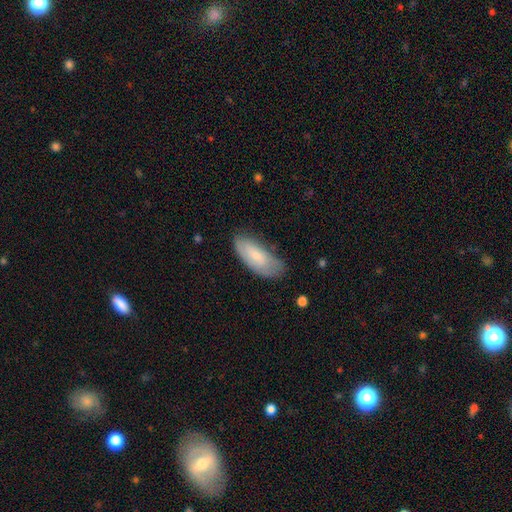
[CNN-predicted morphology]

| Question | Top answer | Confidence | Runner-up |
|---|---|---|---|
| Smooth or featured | smooth | 73% | featured or disk (21%) |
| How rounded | in between | 83% | cigar-shaped (15%) |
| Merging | none | 62% | minor disturbance (29%) |